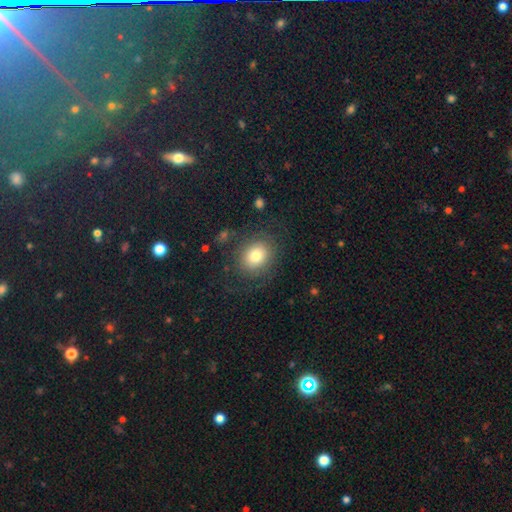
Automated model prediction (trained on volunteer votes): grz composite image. It shows a smooth galaxy with no disk features (62%) that is round (54%). Merging: none (69%).